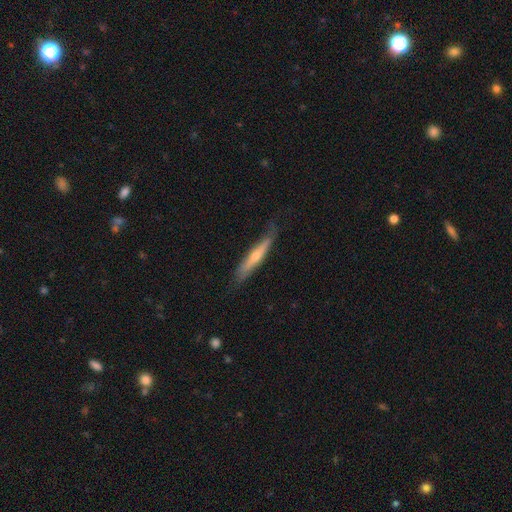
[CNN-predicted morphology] Smooth or featured?
  - featured or disk: 49% *
  - smooth: 46%
  - star or artifact: 6%
Merging?
  - none: 76% *
  - minor disturbance: 19%
  - major disturbance: 4%
  - merger: 1%